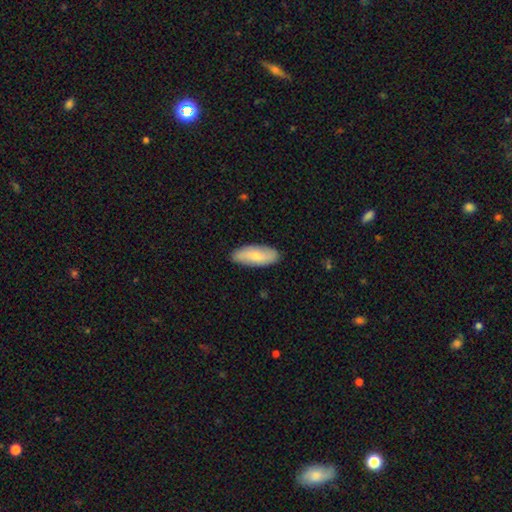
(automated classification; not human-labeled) smooth-or-featured: smooth: 66% | featured or disk: 28% | star or artifact: 5%
  how-rounded: in between: 79% | cigar-shaped: 19% | round: 2%
  merging: none: 86% | minor disturbance: 11% | major disturbance: 2% | merger: 1%